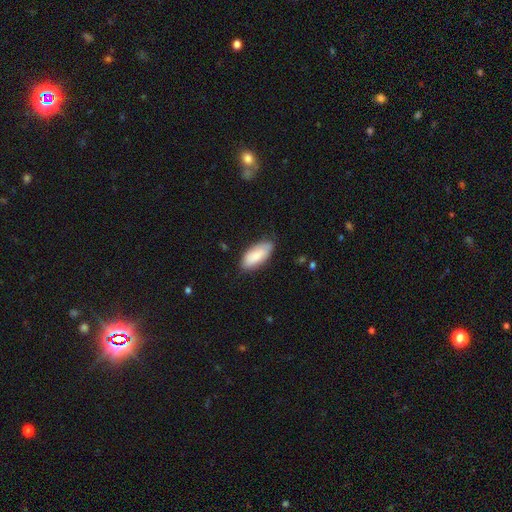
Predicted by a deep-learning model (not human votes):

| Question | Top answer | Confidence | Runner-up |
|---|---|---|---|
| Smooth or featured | smooth | 84% | featured or disk (11%) |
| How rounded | in between | 87% | cigar-shaped (11%) |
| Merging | none | 77% | minor disturbance (19%) |